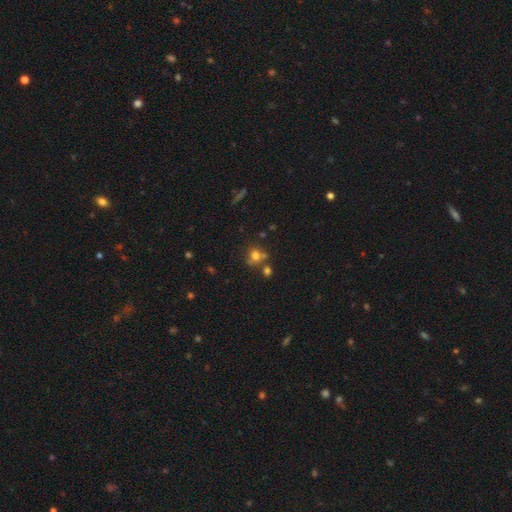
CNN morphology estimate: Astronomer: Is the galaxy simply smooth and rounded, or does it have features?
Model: smooth — 69%.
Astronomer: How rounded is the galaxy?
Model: round — 78%.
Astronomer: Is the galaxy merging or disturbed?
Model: none — 55%.